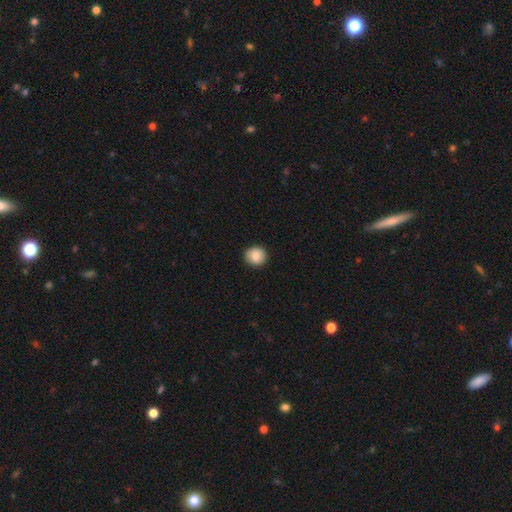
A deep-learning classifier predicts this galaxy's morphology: This is clearly a smooth galaxy (85%). How rounded: clearly round (87%). Merging: clearly none (88%).